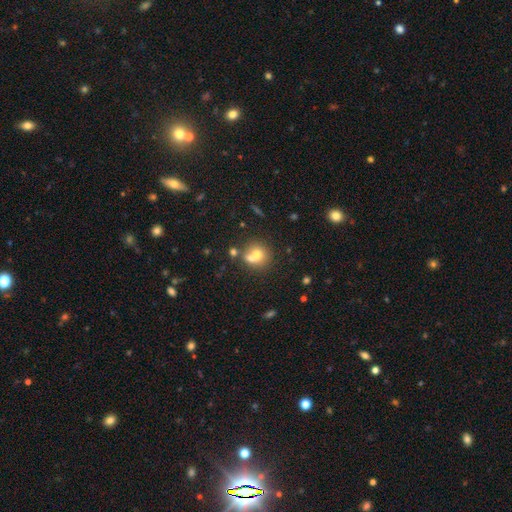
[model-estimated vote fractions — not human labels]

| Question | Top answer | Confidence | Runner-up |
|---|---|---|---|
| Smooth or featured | smooth | 66% | featured or disk (21%) |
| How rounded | round | 80% | in between (19%) |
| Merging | merger | 49% | none (39%) |